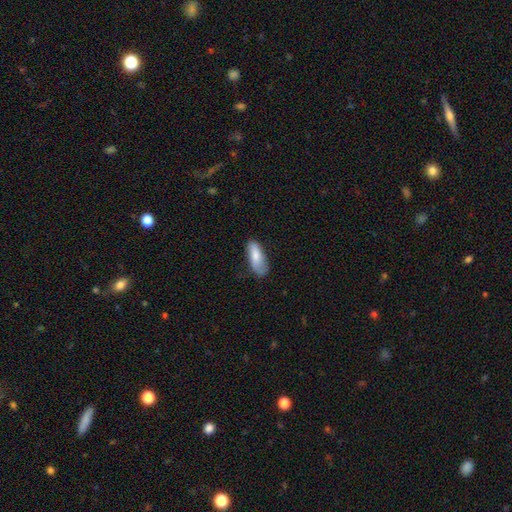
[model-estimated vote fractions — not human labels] smooth_or_featured: smooth (p=0.80) [alt: featured or disk p=0.14]
how_rounded: in between (p=0.72) [alt: cigar-shaped p=0.26]
merging: none (p=0.66) [alt: minor disturbance p=0.27]